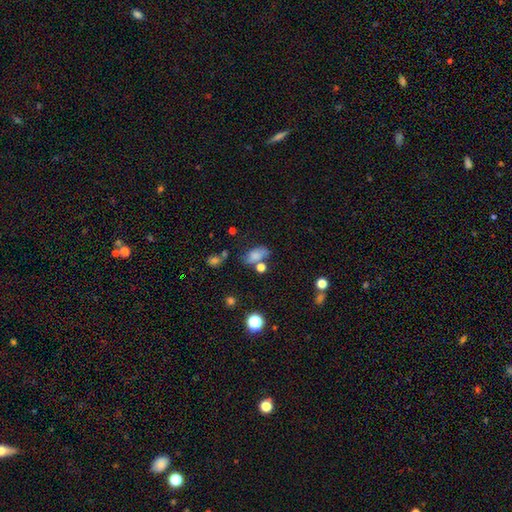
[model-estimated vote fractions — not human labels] This is likely a smooth galaxy (76%). How rounded: clearly in between (87%). Merging: possibly none (51%).